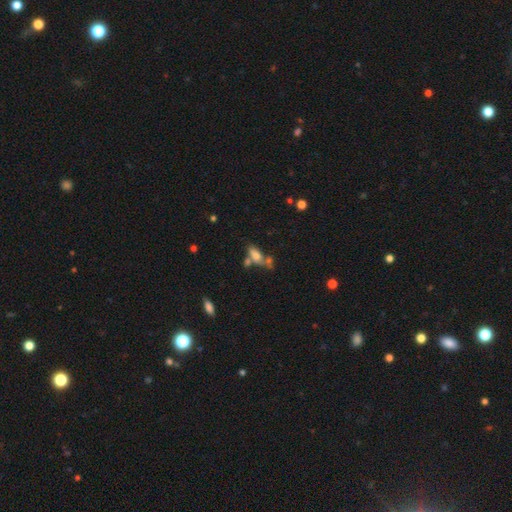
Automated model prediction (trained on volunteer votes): Smooth or featured? smooth (63%)
How rounded? in between (76%)
Merging? merger (37%)